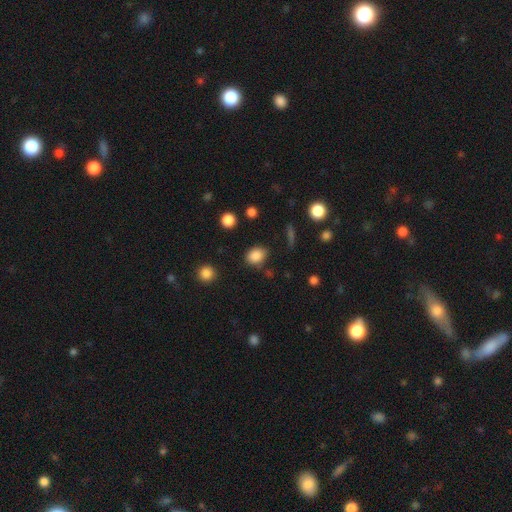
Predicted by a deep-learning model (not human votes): Overall: smooth (85%). How rounded: in between (58%; round 41%). Merging: none (79%).